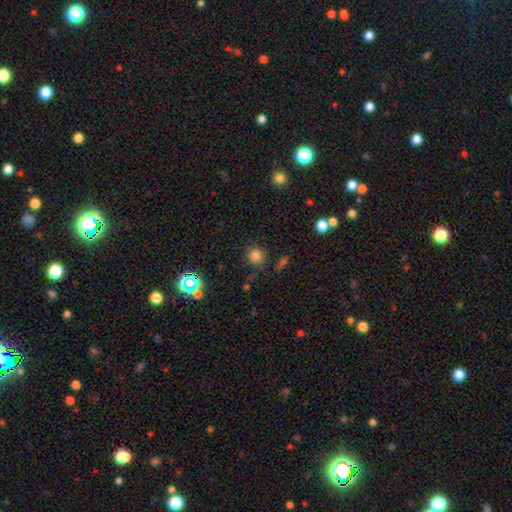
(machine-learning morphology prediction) This appears to be a smooth galaxy with no disk features (78%) that is round (90%). Merging: none (81%).